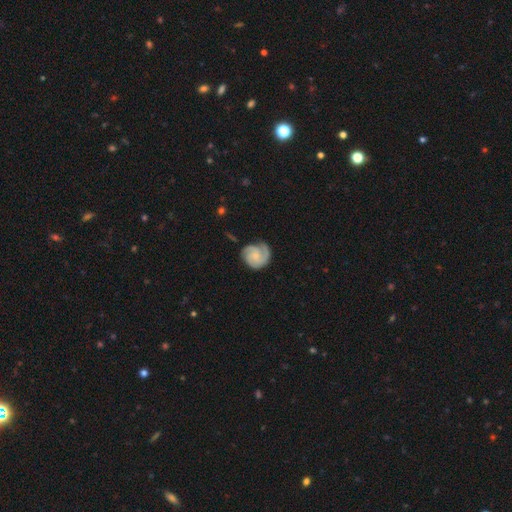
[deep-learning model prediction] featured or disk 78%, smooth 17%, star or artifact 6%. Down the decision tree: edge-on disk — no (98%); bar — no (71%); spiral arms — yes (97%); spiral arm count — 3 (47%); spiral winding — tight (59%); bulge size — small (60%); merging — none (69%).